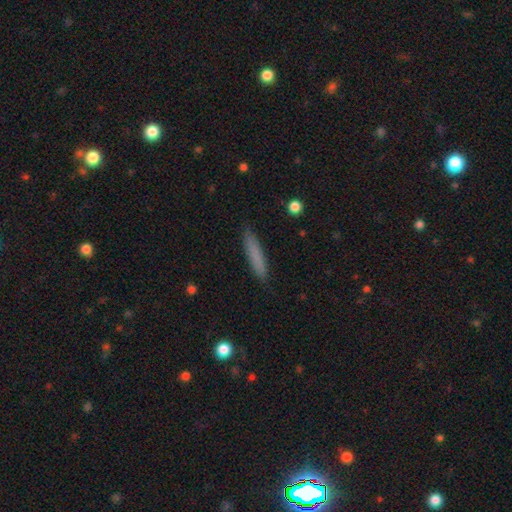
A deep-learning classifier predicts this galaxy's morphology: Smooth or featured?
  - smooth: 81% *
  - featured or disk: 13%
  - star or artifact: 7%
How rounded?
  - cigar-shaped: 91% *
  - in between: 8%
  - round: 1%
Merging?
  - none: 89% *
  - minor disturbance: 8%
  - major disturbance: 2%
  - merger: 1%